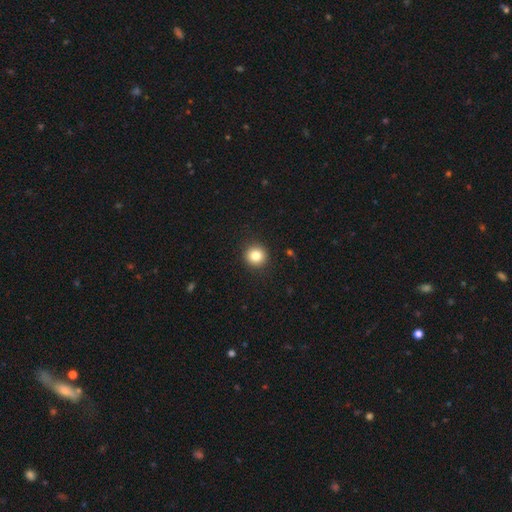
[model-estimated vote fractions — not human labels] Overall: smooth (83%). How rounded: round (94%). Merging: none (92%).